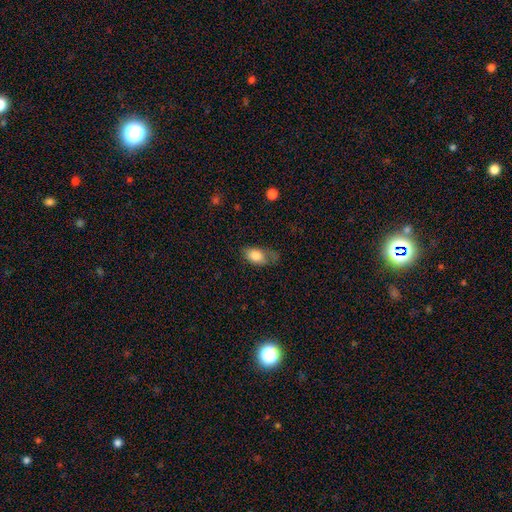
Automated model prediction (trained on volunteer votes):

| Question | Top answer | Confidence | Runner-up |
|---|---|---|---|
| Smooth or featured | smooth | 81% | featured or disk (12%) |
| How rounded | in between | 90% | round (7%) |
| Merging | none | 42% | minor disturbance (35%) |